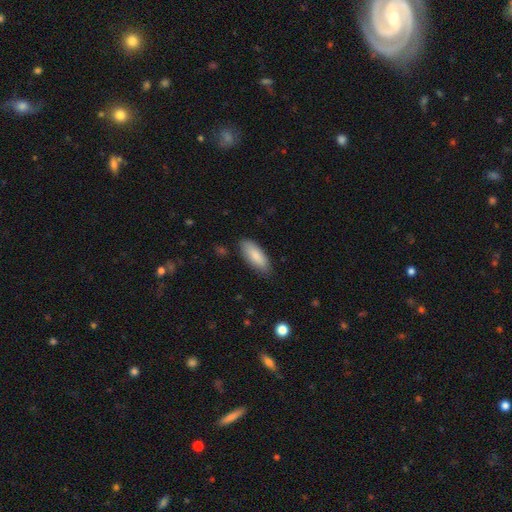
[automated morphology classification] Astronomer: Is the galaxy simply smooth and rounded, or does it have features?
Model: smooth — 86%.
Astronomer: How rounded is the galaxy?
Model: in between — 75%.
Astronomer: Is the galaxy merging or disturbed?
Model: none — 83%.